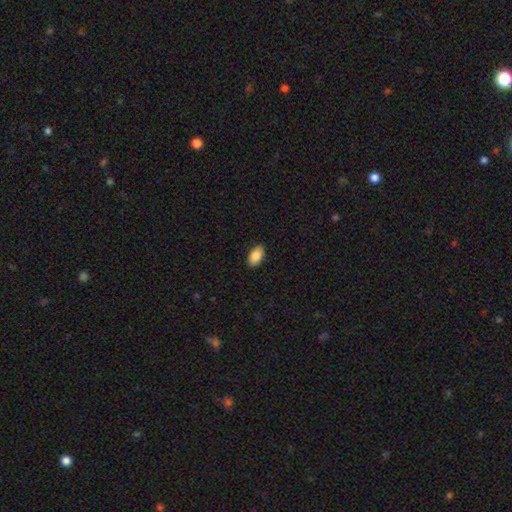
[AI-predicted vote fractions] A smooth galaxy with no disk features (88%) that is in between round and cigar-shaped (94%). Merging: none (89%).